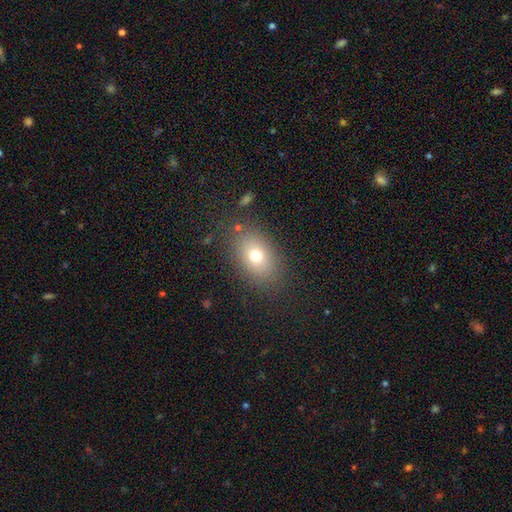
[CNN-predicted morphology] Smooth or featured?
  - smooth: 72% *
  - featured or disk: 15%
  - star or artifact: 13%
How rounded?
  - in between: 77% *
  - round: 21%
  - cigar-shaped: 2%
Merging?
  - none: 81% *
  - minor disturbance: 12%
  - major disturbance: 5%
  - merger: 2%